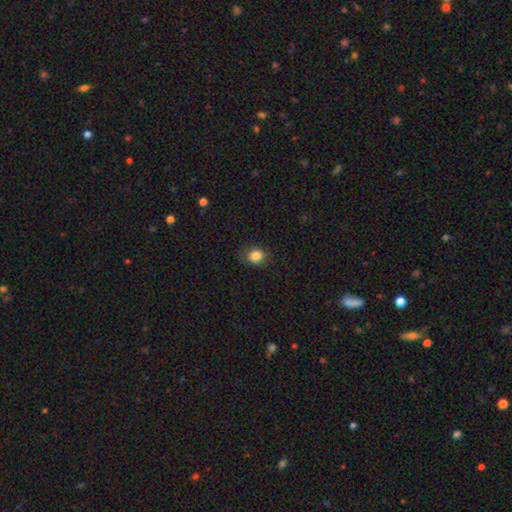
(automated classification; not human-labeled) smooth_or_featured: smooth (p=0.84) [alt: star or artifact p=0.10]
how_rounded: round (p=0.69) [alt: in between p=0.30]
merging: none (p=0.82) [alt: minor disturbance p=0.13]